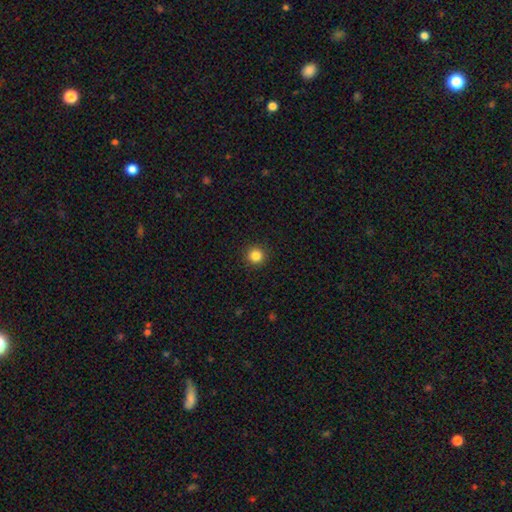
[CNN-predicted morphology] smooth_or_featured: smooth (p=0.84) [alt: star or artifact p=0.11]
how_rounded: round (p=0.95) [alt: in between p=0.04]
merging: none (p=0.93) [alt: minor disturbance p=0.05]